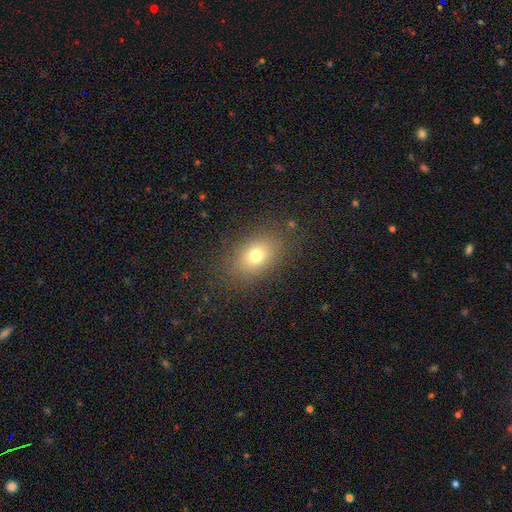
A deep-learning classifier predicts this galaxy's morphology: Smooth or featured?
  - smooth: 74% *
  - star or artifact: 13%
  - featured or disk: 13%
How rounded?
  - in between: 74% *
  - round: 25%
  - cigar-shaped: 2%
Merging?
  - none: 84% *
  - minor disturbance: 10%
  - major disturbance: 5%
  - merger: 1%